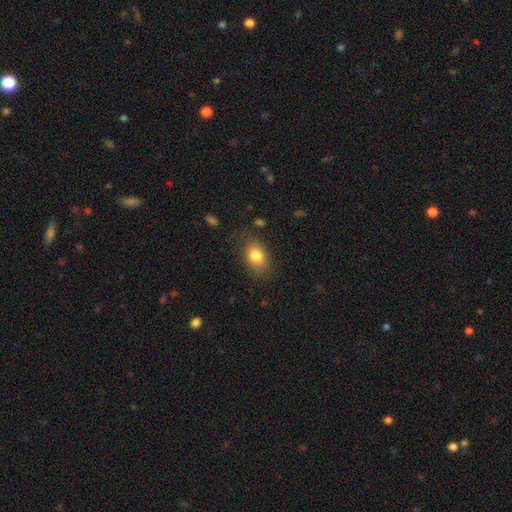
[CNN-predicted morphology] type=smooth (80%); roundness=in between (77%); merging=none (77%).